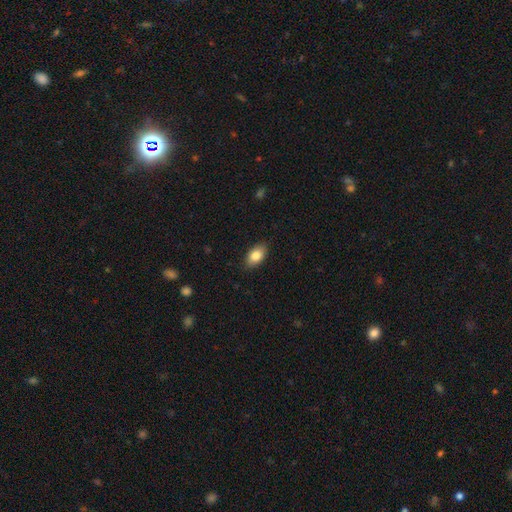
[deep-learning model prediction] This appears to be a smooth galaxy with no disk features (84%) that is in between round and cigar-shaped (91%). Merging: none (86%).